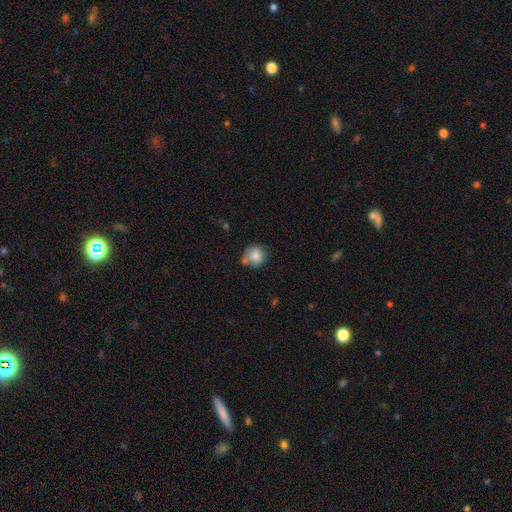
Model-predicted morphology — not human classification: Q: Smooth or featured?
A: smooth (80%); runner-up: featured or disk (11%)
Q: How rounded?
A: round (85%); runner-up: in between (14%)
Q: Merging?
A: none (57%); runner-up: minor disturbance (22%)